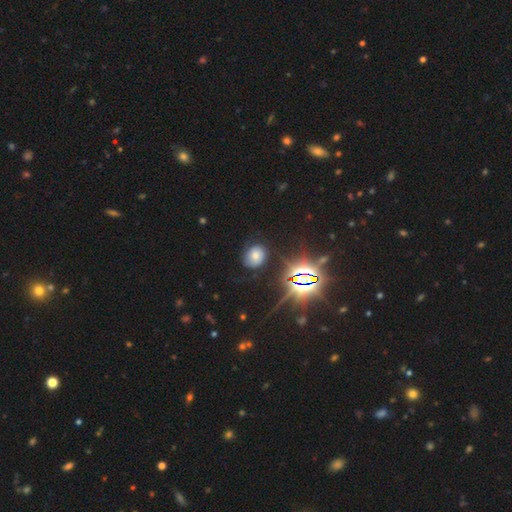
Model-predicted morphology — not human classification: smooth_or_featured: smooth (p=0.52) [alt: star or artifact p=0.27]
how_rounded: round (p=0.62) [alt: in between p=0.37]
merging: none (p=0.76) [alt: minor disturbance p=0.17]